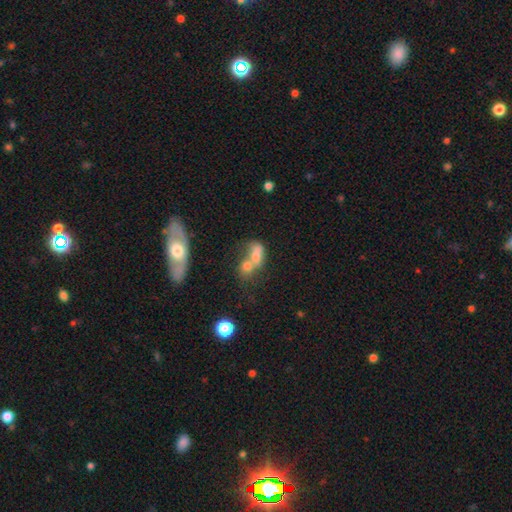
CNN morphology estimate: Smooth or featured? smooth (62%)
How rounded? in between (66%)
Merging? merger (58%)